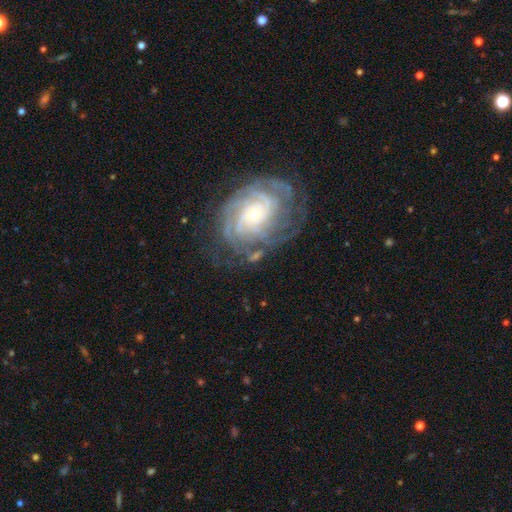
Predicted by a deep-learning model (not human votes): Morphology: type=featured or disk (88%); edge-on=no (97%); bar=no (75%); spiral arms=yes (97%); winding=tight (75%); arm count=can't tell (27%); bulge=small (73%); merging=none (68%).